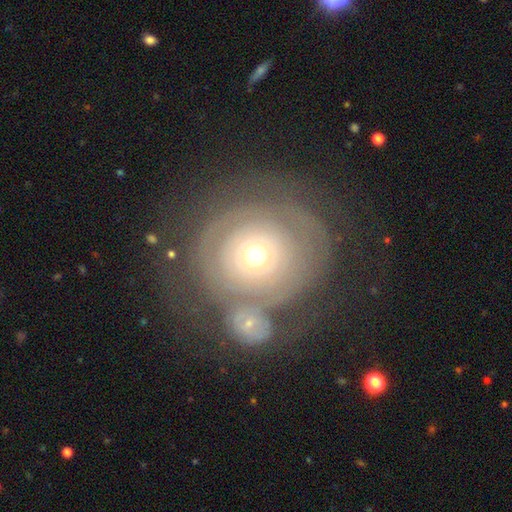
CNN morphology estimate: A featured or disk galaxy (62%) with no bar (91%), spiral arms (51%) and a moderate central bulge (59%).

Vote fractions:
- Smooth or featured? featured or disk: 62% / smooth: 30% / star or artifact: 8%
- Edge-on disk? no: 96% / yes: 4%
- Bar? no: 91% / weak: 6% / strong: 2%
- Spiral arms? yes: 51% / no: 49%
- Bulge size? moderate: 59% / small: 30% / large: 8% / dominant: 2% / none: 1%
- Merging? none: 46% / merger: 24% / major disturbance: 15% / minor disturbance: 15%